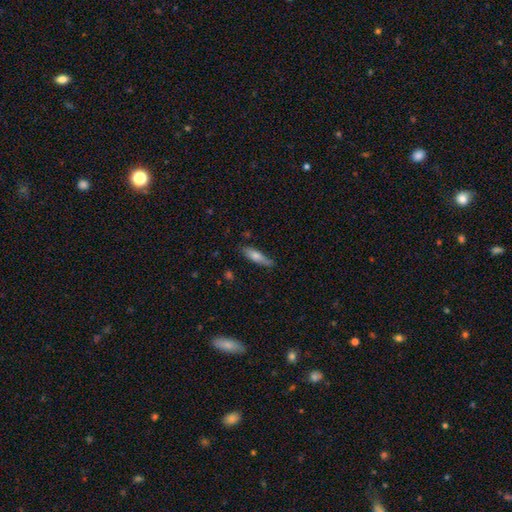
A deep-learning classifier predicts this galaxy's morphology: A smooth galaxy with no disk features (64%) that is cigar-shaped (72%).

Vote fractions:
- Smooth or featured? smooth: 64% / featured or disk: 30% / star or artifact: 7%
- How rounded? cigar-shaped: 72% / in between: 26% / round: 2%
- Merging? none: 78% / minor disturbance: 17% / major disturbance: 3% / merger: 2%